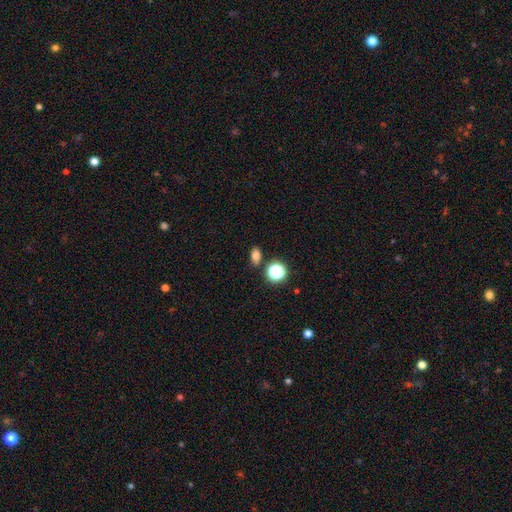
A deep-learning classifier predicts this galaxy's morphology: A smooth galaxy with no disk features (76%) that is in between round and cigar-shaped (76%). Merging: none (81%).